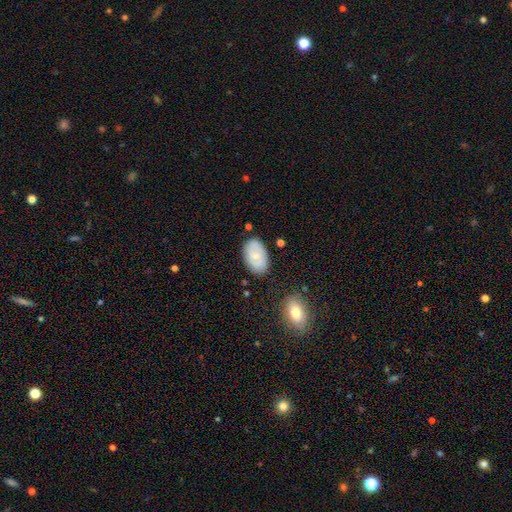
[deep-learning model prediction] Smooth or featured? Predicted: smooth (p=0.65). How rounded? Predicted: in between (p=0.92). Merging? Predicted: none (p=0.78).